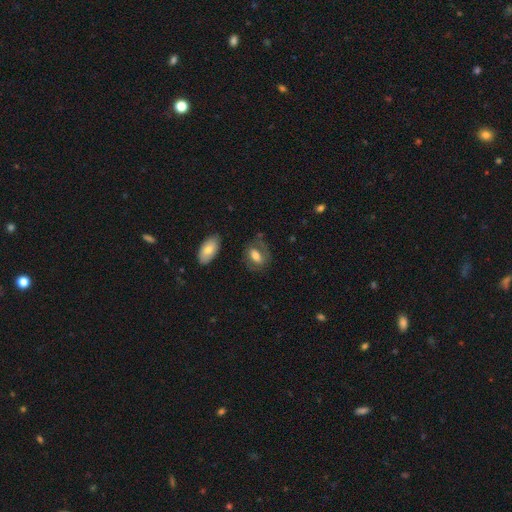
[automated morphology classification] A smooth galaxy with no disk features (53%) that is in between round and cigar-shaped (76%). Merging: none (62%).